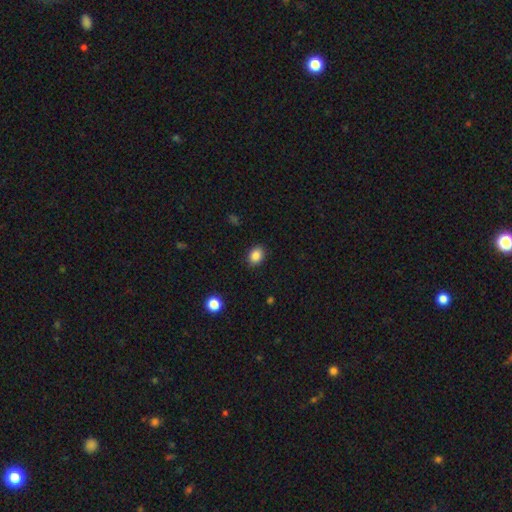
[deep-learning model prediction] A smooth galaxy with no disk features (86%) that is in between round and cigar-shaped (55%). Merging: none (89%).